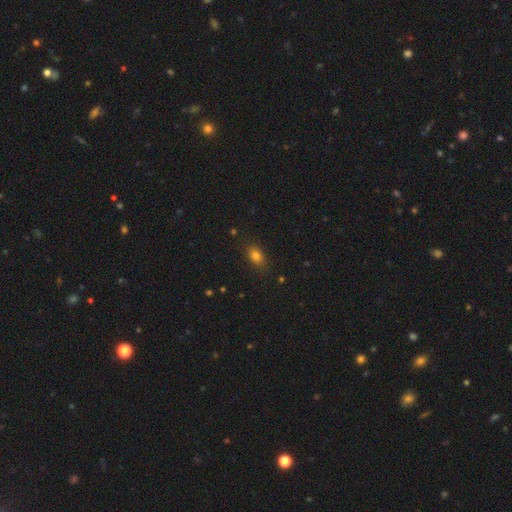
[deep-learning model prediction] The model was most divided on "how rounded": in between: 78%, round: 18%, cigar-shaped: 4%. More confident: merging — none (82%); smooth or featured — smooth (80%).